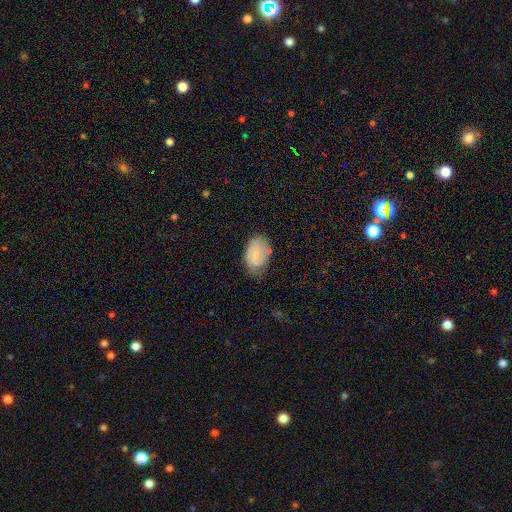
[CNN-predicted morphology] smooth 73%, featured or disk 20%, star or artifact 7%. Down the decision tree: how rounded — in between (86%); merging — none (52%).